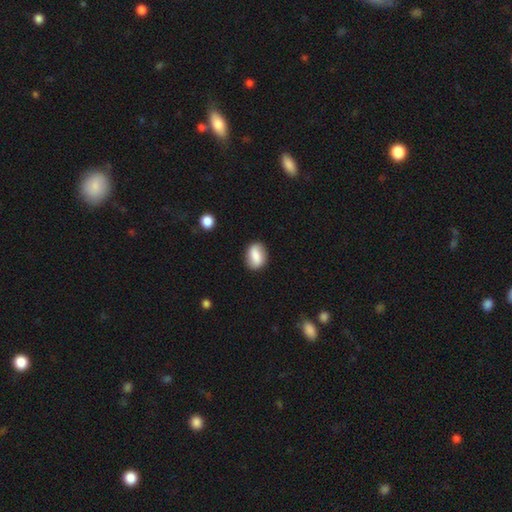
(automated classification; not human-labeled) smooth-or-featured: smooth: 75% | featured or disk: 18% | star or artifact: 7%
  how-rounded: in between: 72% | round: 26% | cigar-shaped: 2%
  merging: none: 83% | minor disturbance: 12% | major disturbance: 3% | merger: 2%